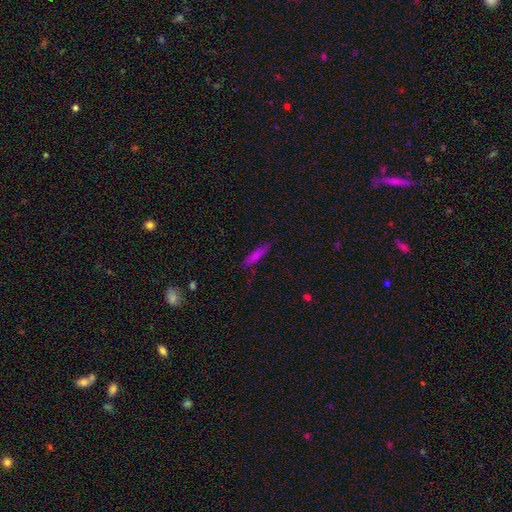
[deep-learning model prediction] Smooth or featured? smooth (78%)
How rounded? cigar-shaped (82%)
Merging? none (80%)